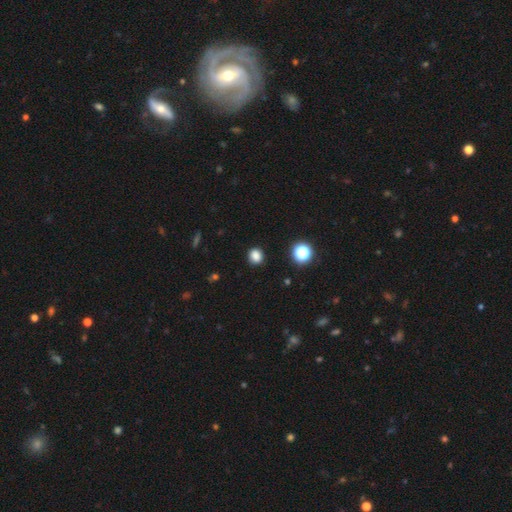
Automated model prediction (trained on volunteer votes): Overall: smooth (83%). How rounded: round (73%). Merging: none (89%).